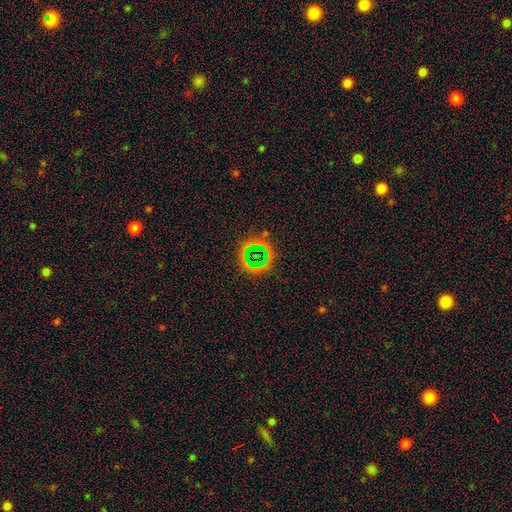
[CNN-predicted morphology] Smooth or featured? star or artifact (64%)